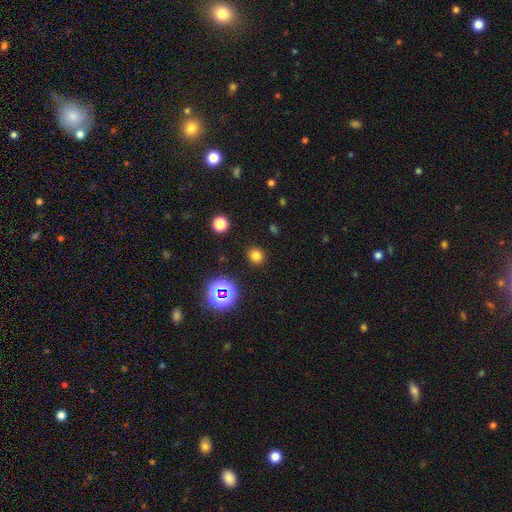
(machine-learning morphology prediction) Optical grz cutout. It shows a smooth galaxy with no disk features (75%) that is round (79%). Merging: none (89%).